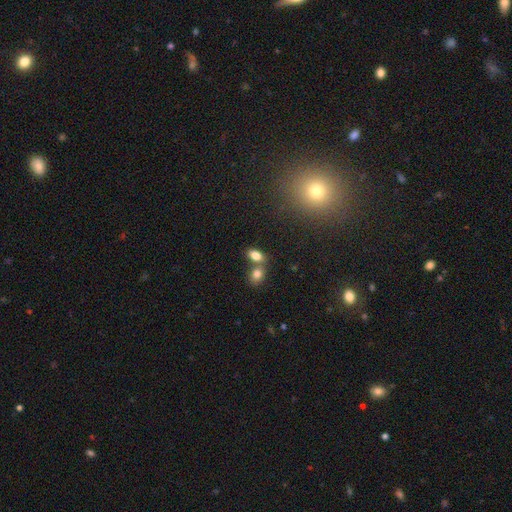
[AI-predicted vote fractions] Morphology: type=smooth (80%); roundness=in between (85%); merging=none (47%).